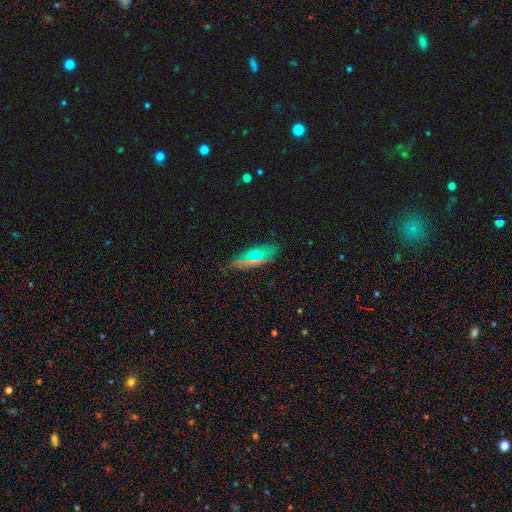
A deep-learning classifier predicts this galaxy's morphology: Overall: smooth (62%). How rounded: in between (72%). Merging: none (84%).